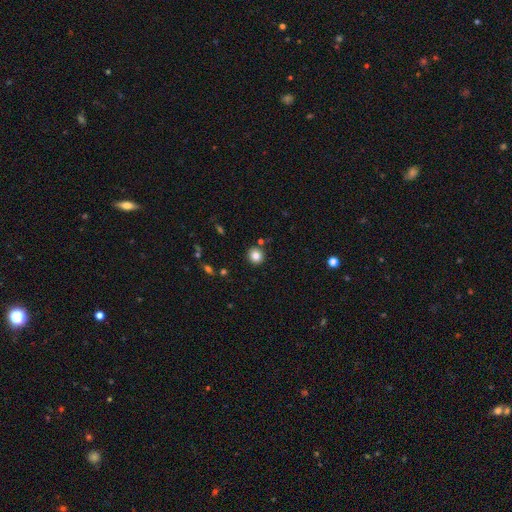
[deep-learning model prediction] smooth 83%, star or artifact 11%, featured or disk 6%. Down the decision tree: how rounded — round (91%); merging — none (88%).